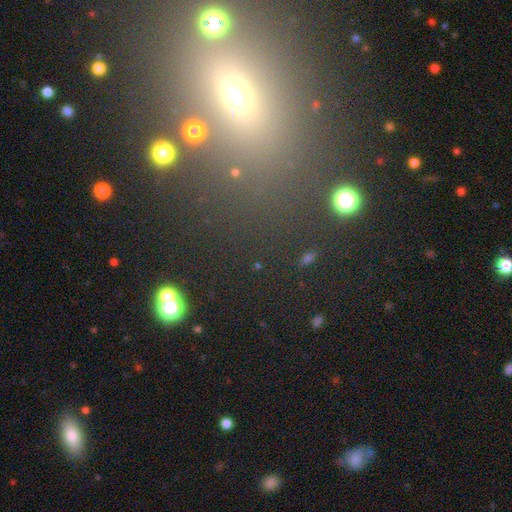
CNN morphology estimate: star or artifact 49%, smooth 38%, featured or disk 13%.